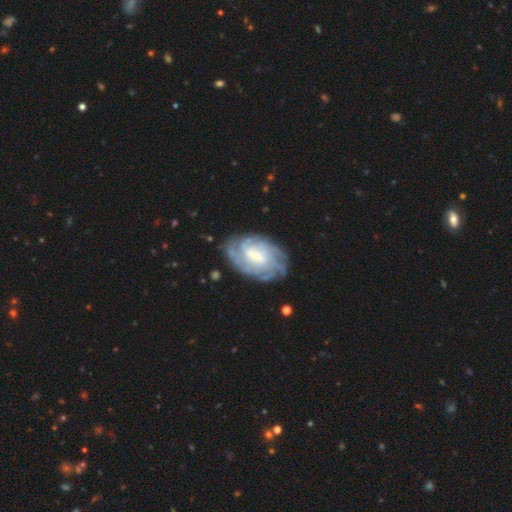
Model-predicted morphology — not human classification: Q: Smooth or featured?
A: featured or disk (84%); runner-up: smooth (11%)
Q: Edge-on disk?
A: no (97%); runner-up: yes (3%)
Q: Bar?
A: weak (50%); runner-up: no (35%)
Q: Spiral arms?
A: yes (95%); runner-up: no (5%)
Q: Spiral winding?
A: tight (70%); runner-up: medium (24%)
Q: Spiral arm count?
A: can't tell (37%); runner-up: 4 (23%)
Q: Bulge size?
A: small (64%); runner-up: moderate (31%)
Q: Merging?
A: none (78%); runner-up: minor disturbance (15%)